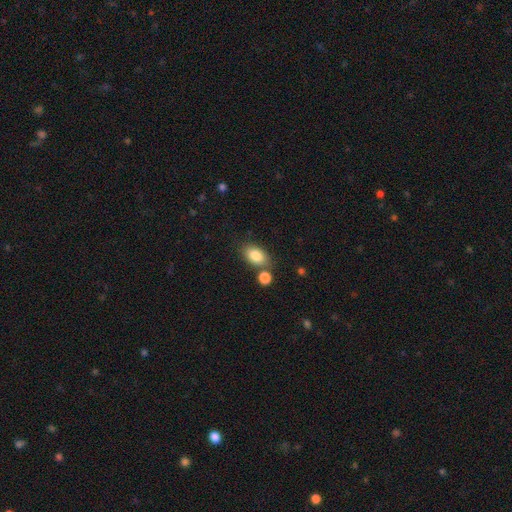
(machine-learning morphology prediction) A smooth galaxy with no disk features (84%) that is in between round and cigar-shaped (88%). Merging: none (69%).